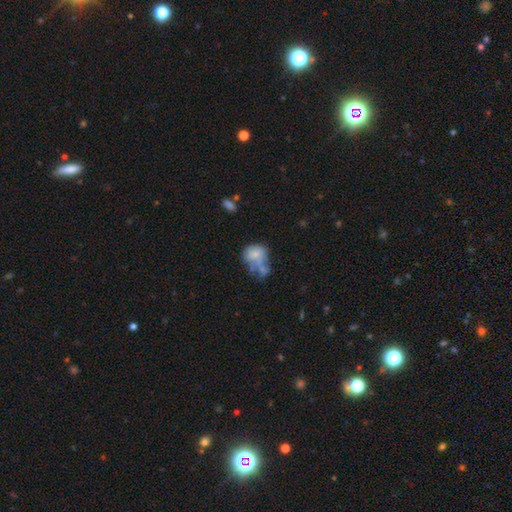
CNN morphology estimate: smooth 63%, featured or disk 26%, star or artifact 10%. Down the decision tree: how rounded — in between (59%); merging — merger (40%).